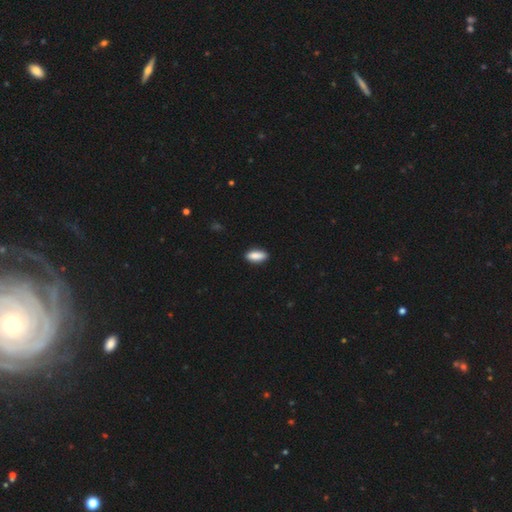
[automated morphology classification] The model was most divided on "how rounded": in between: 75%, cigar-shaped: 22%, round: 2%. More confident: merging — none (88%); smooth or featured — smooth (86%).